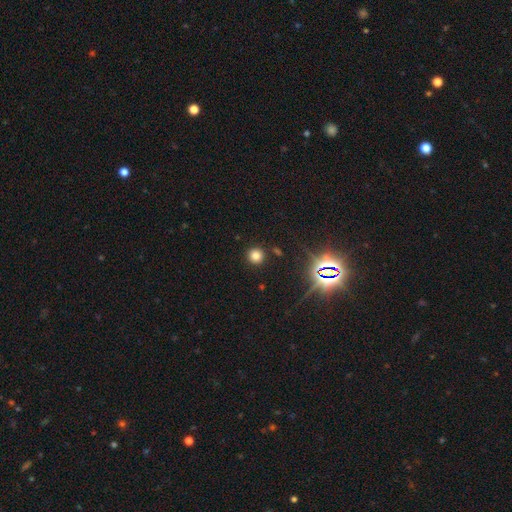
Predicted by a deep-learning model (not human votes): Q: Smooth or featured?
A: smooth (74%); runner-up: star or artifact (20%)
Q: How rounded?
A: round (94%); runner-up: in between (5%)
Q: Merging?
A: none (89%); runner-up: minor disturbance (6%)